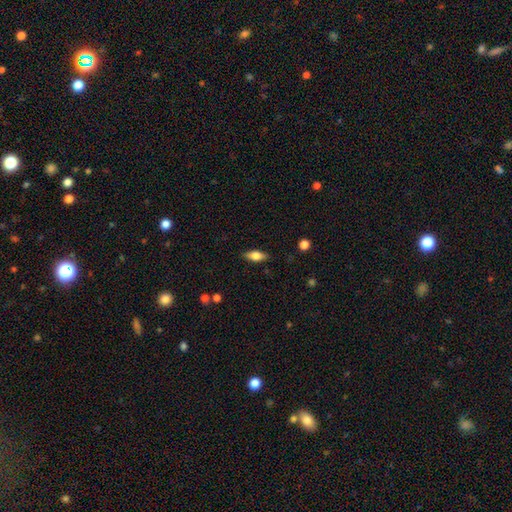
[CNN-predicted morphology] A smooth galaxy with no disk features (72%) that is in between round and cigar-shaped (79%).

Vote fractions:
- Smooth or featured? smooth: 72% / featured or disk: 21% / star or artifact: 7%
- How rounded? in between: 79% / cigar-shaped: 18% / round: 3%
- Merging? none: 86% / minor disturbance: 11% / major disturbance: 2% / merger: 1%